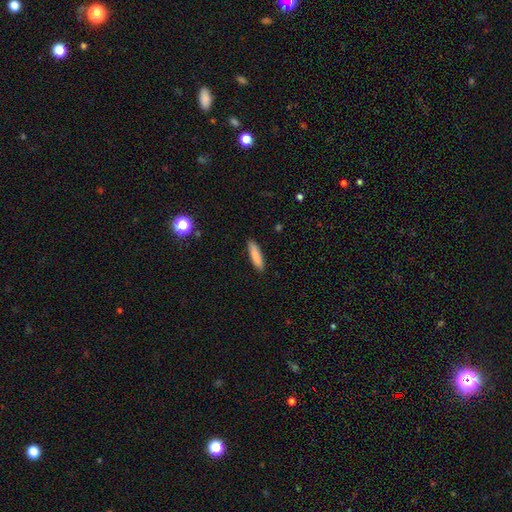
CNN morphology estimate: smooth 86%, featured or disk 7%, star or artifact 6%. Down the decision tree: how rounded — cigar-shaped (73%); merging — none (90%).